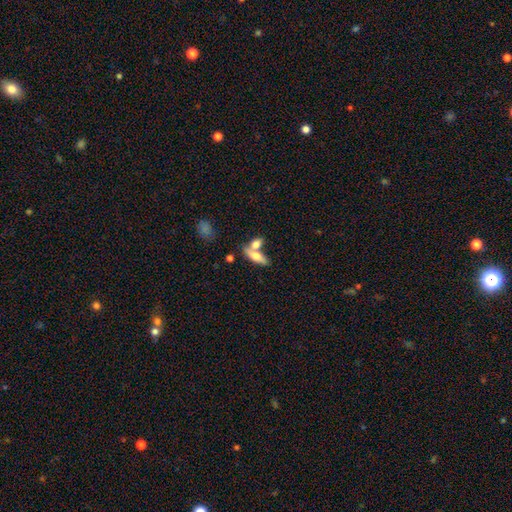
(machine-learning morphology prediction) Q: Smooth or featured?
A: smooth (58%); runner-up: featured or disk (35%)
Q: How rounded?
A: in between (56%); runner-up: cigar-shaped (39%)
Q: Merging?
A: merger (45%); runner-up: none (40%)